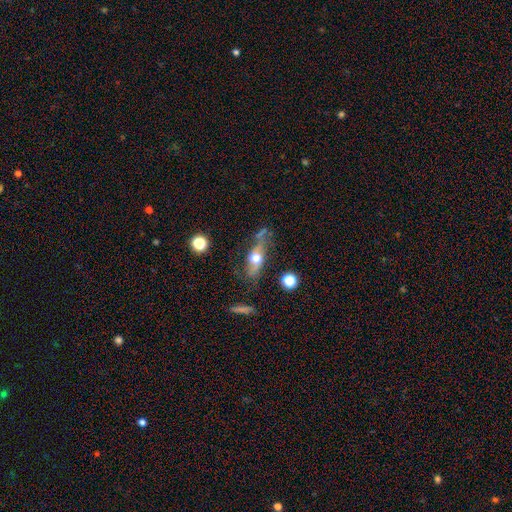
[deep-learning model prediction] A featured or disk galaxy (60%) viewed edge-on (63%). Merging: none (57%).